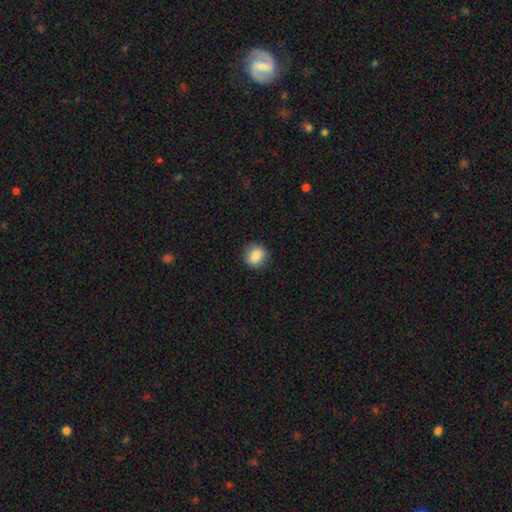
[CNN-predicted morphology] smooth-or-featured: smooth: 86% | star or artifact: 8% | featured or disk: 5%
  how-rounded: round: 82% | in between: 17% | cigar-shaped: 1%
  merging: none: 88% | minor disturbance: 8% | major disturbance: 2% | merger: 1%